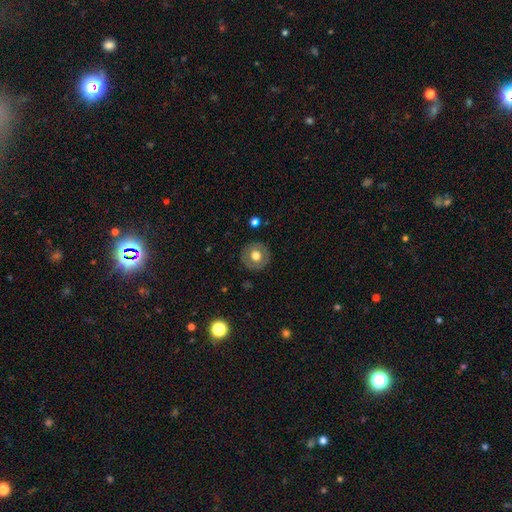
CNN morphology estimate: type=smooth (61%); roundness=round (92%); merging=none (88%).